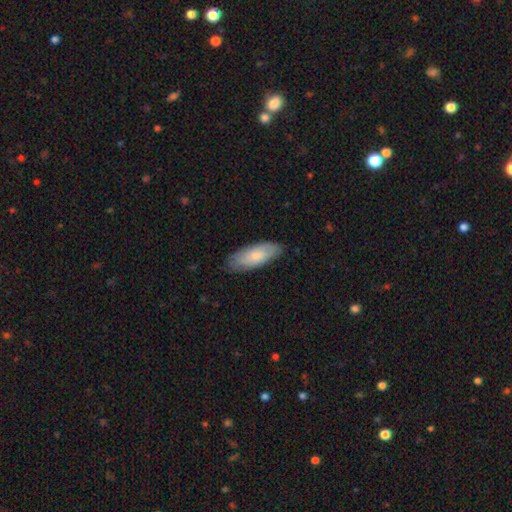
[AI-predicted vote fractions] Morphology: type=smooth (70%); roundness=in between (76%); merging=none (81%).